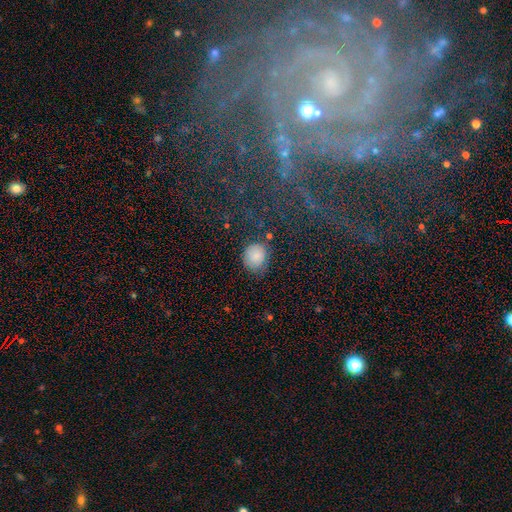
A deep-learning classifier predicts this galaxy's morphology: A smooth galaxy with no disk features (83%) that is round (76%).

Vote fractions:
- Smooth or featured? smooth: 83% / star or artifact: 10% / featured or disk: 7%
- How rounded? round: 76% / in between: 23% / cigar-shaped: 1%
- Merging? none: 71% / minor disturbance: 20% / major disturbance: 5% / merger: 3%